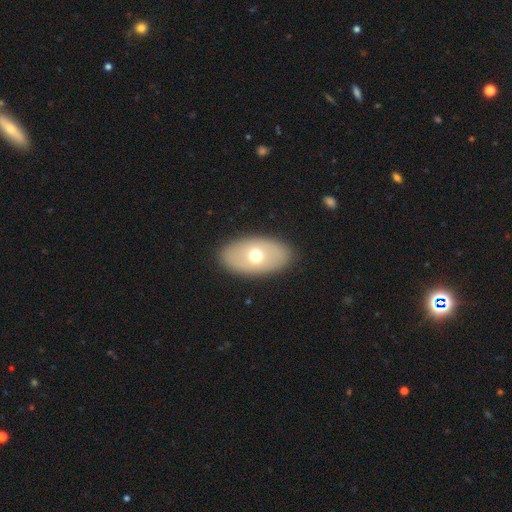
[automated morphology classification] A smooth galaxy with no disk features (61%) that is in between round and cigar-shaped (91%).

Vote fractions:
- Smooth or featured? smooth: 61% / featured or disk: 32% / star or artifact: 7%
- How rounded? in between: 91% / round: 8% / cigar-shaped: 2%
- Merging? none: 87% / minor disturbance: 8% / major disturbance: 3% / merger: 1%